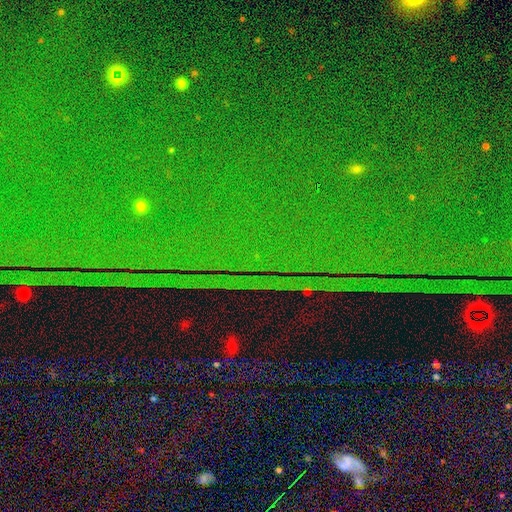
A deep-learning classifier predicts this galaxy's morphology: Smooth or featured?
  - star or artifact: 87% *
  - featured or disk: 7%
  - smooth: 6%